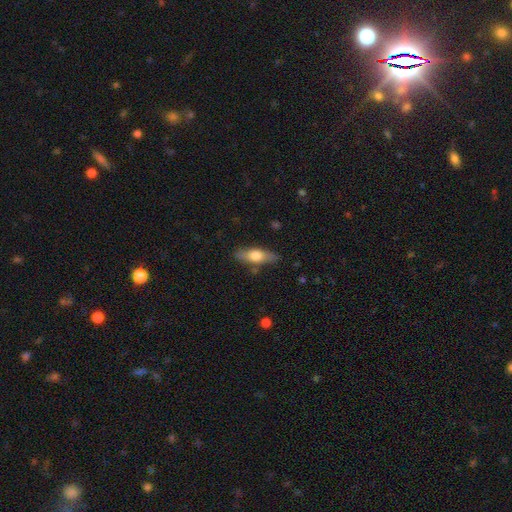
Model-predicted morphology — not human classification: Smooth or featured: smooth — 57% (featured or disk — 38%)
How rounded: in between — 54% (cigar-shaped — 43%)
Merging: none — 81% (minor disturbance — 14%)